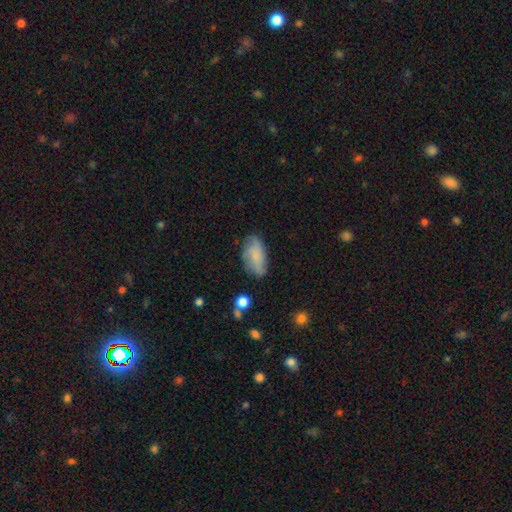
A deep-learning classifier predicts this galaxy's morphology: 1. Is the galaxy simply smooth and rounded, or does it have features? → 61% smooth, 30% featured or disk, 9% star or artifact.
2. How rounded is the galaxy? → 90% in between, 6% cigar-shaped, 4% round.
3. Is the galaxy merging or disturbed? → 64% none, 25% minor disturbance, 8% major disturbance, 2% merger.